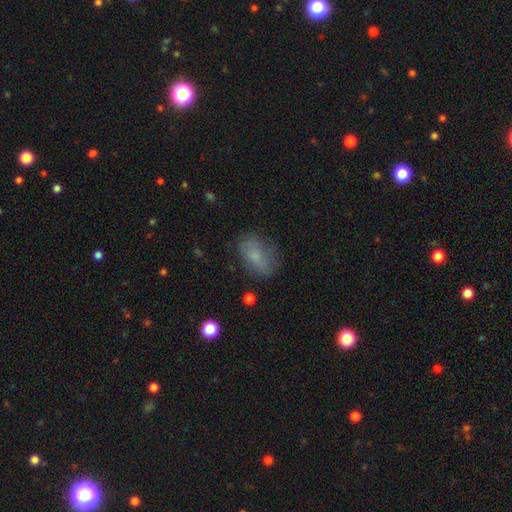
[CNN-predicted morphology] Q: Smooth or featured?
A: smooth (72%); runner-up: featured or disk (17%)
Q: How rounded?
A: in between (86%); runner-up: round (11%)
Q: Merging?
A: none (71%); runner-up: minor disturbance (21%)